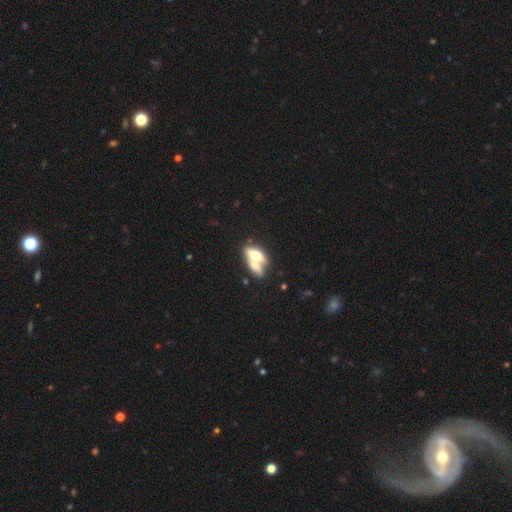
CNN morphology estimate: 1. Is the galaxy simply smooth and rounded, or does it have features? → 54% smooth, 39% featured or disk, 7% star or artifact.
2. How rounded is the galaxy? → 75% in between, 19% cigar-shaped, 7% round.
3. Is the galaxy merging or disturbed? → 66% merger, 21% none, 8% minor disturbance, 6% major disturbance.